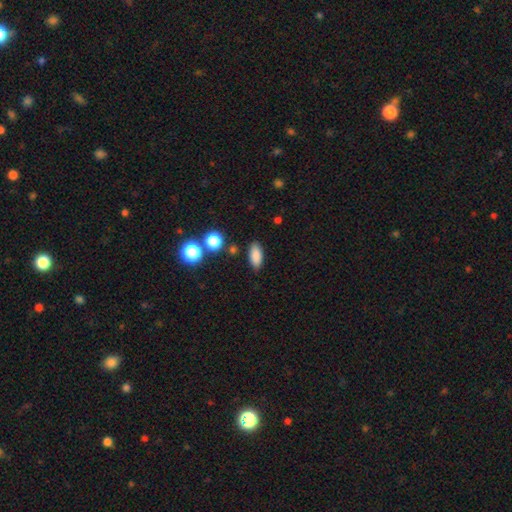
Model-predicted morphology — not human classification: The model was most divided on "how rounded": in between: 82%, cigar-shaped: 13%, round: 5%. More confident: merging — none (86%); smooth or featured — smooth (85%).